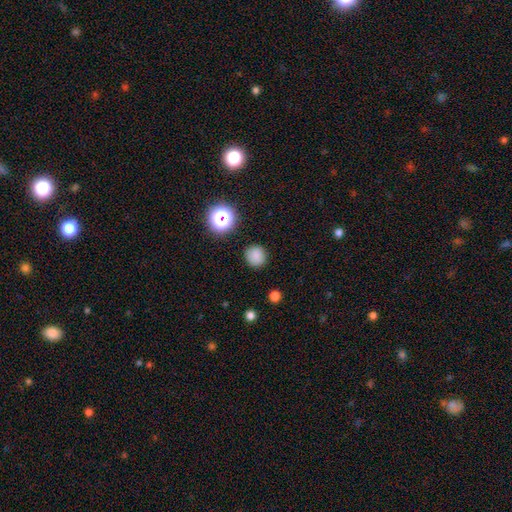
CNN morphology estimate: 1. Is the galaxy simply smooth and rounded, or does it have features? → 80% smooth, 15% star or artifact, 5% featured or disk.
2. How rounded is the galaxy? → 87% round, 12% in between, 1% cigar-shaped.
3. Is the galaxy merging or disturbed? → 87% none, 8% minor disturbance, 3% major disturbance, 2% merger.